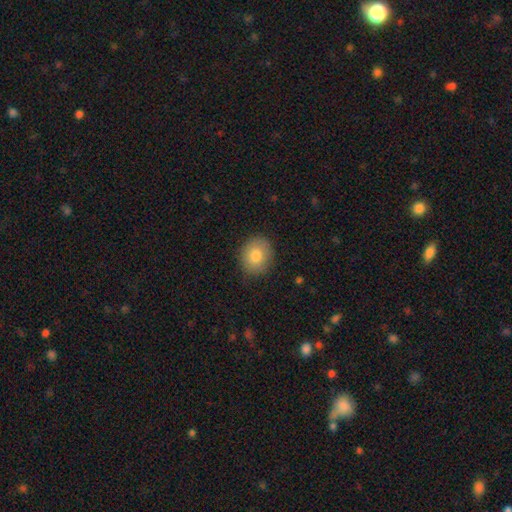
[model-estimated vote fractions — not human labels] This appears to be a smooth galaxy with no disk features (80%) that is round (64%). Merging: none (86%).